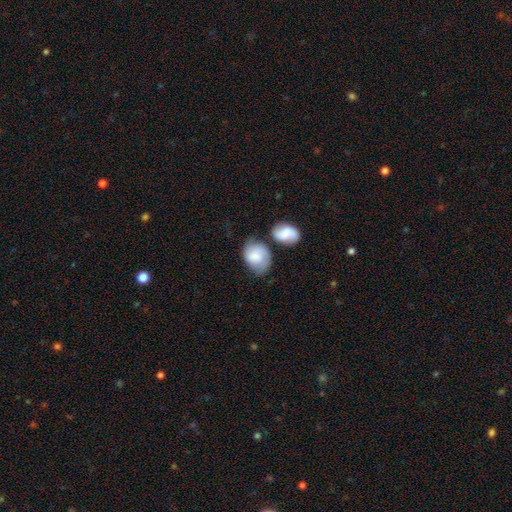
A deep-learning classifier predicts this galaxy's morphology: A smooth galaxy with no disk features (72%) that is in between round and cigar-shaped (70%).

Vote fractions:
- Smooth or featured? smooth: 72% / featured or disk: 21% / star or artifact: 6%
- How rounded? in between: 70% / round: 29% / cigar-shaped: 1%
- Merging? none: 44% / minor disturbance: 27% / merger: 20% / major disturbance: 9%